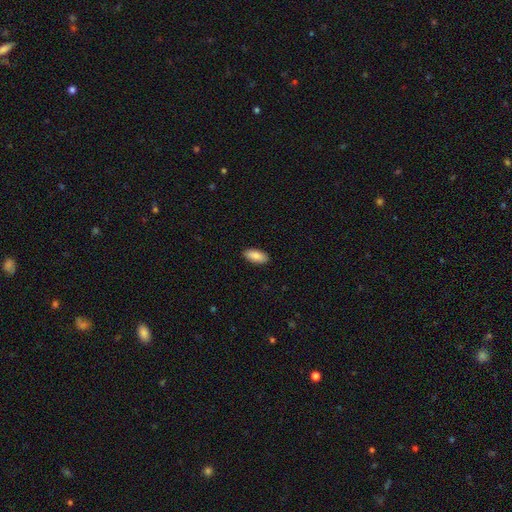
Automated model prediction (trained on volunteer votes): This is clearly a smooth galaxy (88%). How rounded: clearly in between (89%). Merging: clearly none (90%).